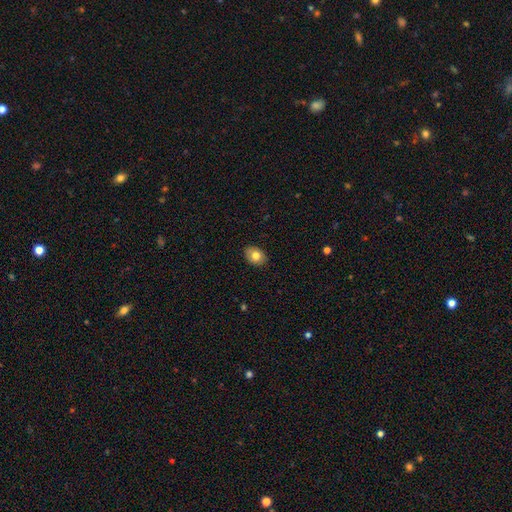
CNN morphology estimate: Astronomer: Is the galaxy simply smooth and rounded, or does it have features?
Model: smooth — 79%.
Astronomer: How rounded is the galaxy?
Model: in between — 72%.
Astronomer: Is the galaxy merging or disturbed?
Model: none — 88%.